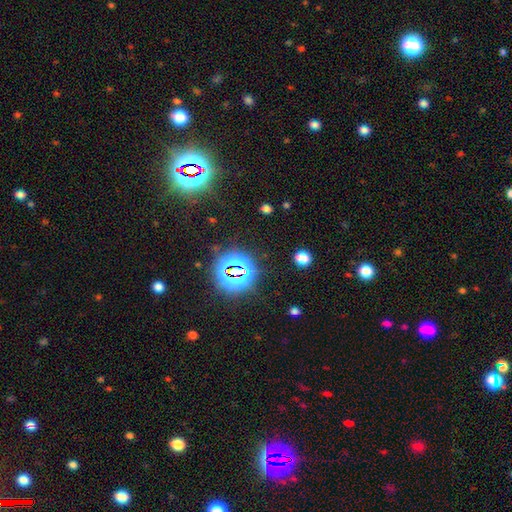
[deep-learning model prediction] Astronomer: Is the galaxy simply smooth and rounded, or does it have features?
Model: star or artifact — 82%.